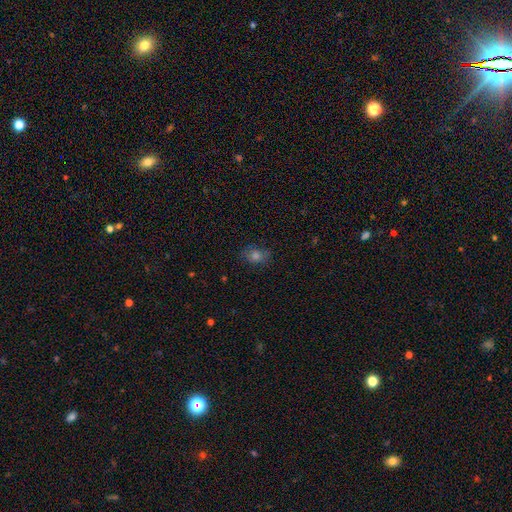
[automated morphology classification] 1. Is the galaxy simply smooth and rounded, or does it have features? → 68% smooth, 20% star or artifact, 12% featured or disk.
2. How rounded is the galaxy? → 62% in between, 36% round, 2% cigar-shaped.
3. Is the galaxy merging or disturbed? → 80% none, 15% minor disturbance, 4% major disturbance, 1% merger.